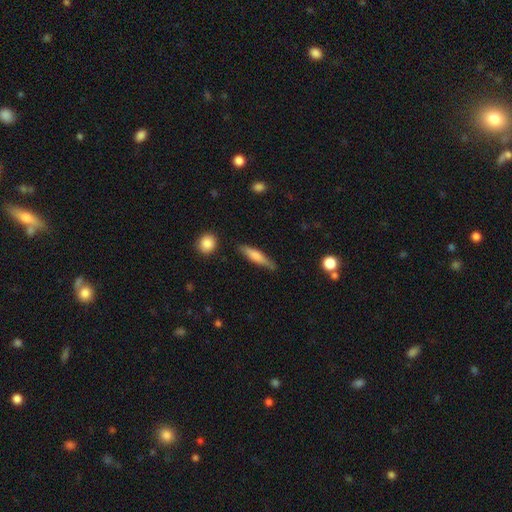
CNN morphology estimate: Smooth or featured: smooth — 66% (featured or disk — 28%)
How rounded: cigar-shaped — 83% (in between — 15%)
Merging: none — 79% (minor disturbance — 15%)